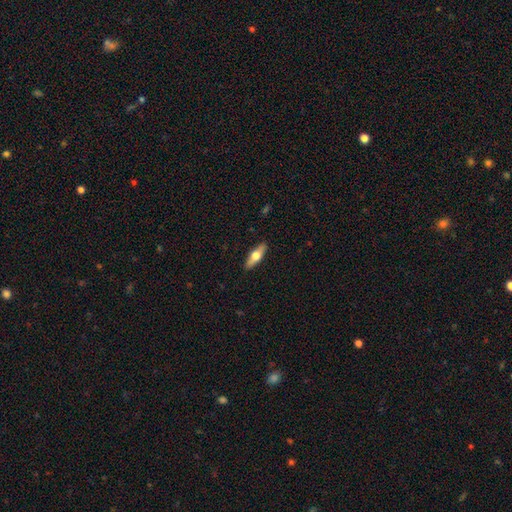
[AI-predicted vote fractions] Q: Smooth or featured?
A: smooth (51%); runner-up: featured or disk (44%)
Q: How rounded?
A: in between (49%); runner-up: cigar-shaped (48%)
Q: Merging?
A: none (90%); runner-up: minor disturbance (7%)